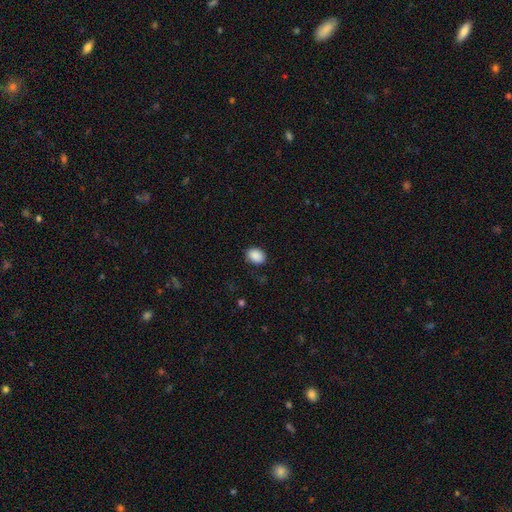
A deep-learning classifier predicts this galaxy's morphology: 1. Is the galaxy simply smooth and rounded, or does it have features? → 89% smooth, 8% star or artifact, 3% featured or disk.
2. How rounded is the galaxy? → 59% in between, 41% round, 1% cigar-shaped.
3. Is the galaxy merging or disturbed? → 79% none, 16% minor disturbance, 4% major disturbance, 1% merger.